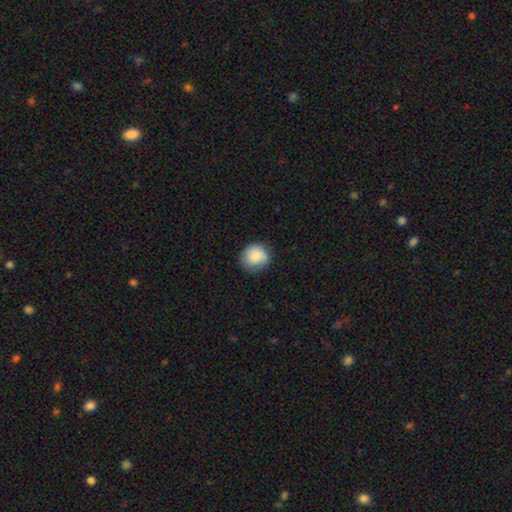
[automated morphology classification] The model was most divided on "merging": none: 76%, minor disturbance: 18%, major disturbance: 4%, merger: 1%. More confident: smooth or featured — smooth (86%); how rounded — round (85%).